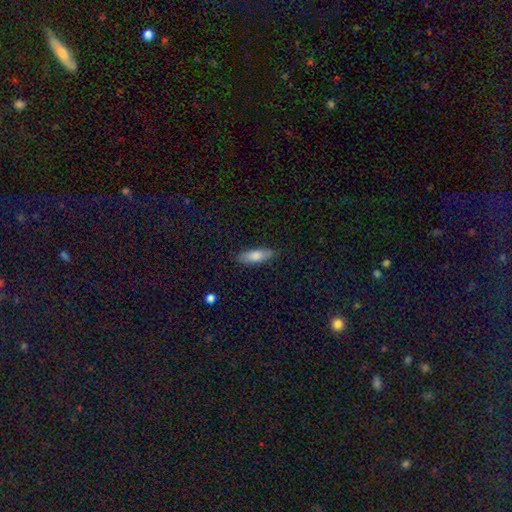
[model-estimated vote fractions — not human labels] smooth 76%, featured or disk 18%, star or artifact 6%. Down the decision tree: how rounded — in between (59%); merging — none (85%).